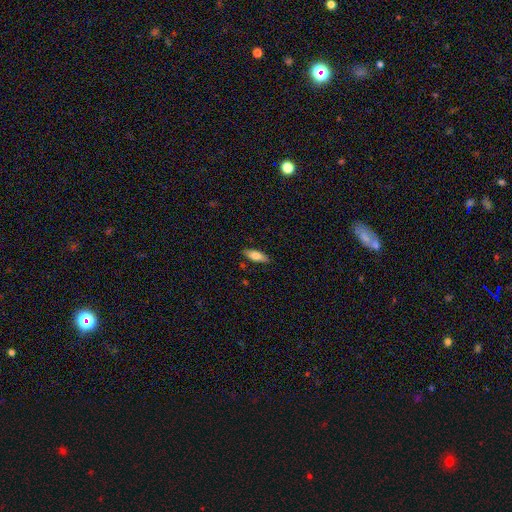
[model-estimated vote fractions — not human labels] This is likely a smooth galaxy (75%). How rounded: likely in between (64%). Merging: clearly none (84%).